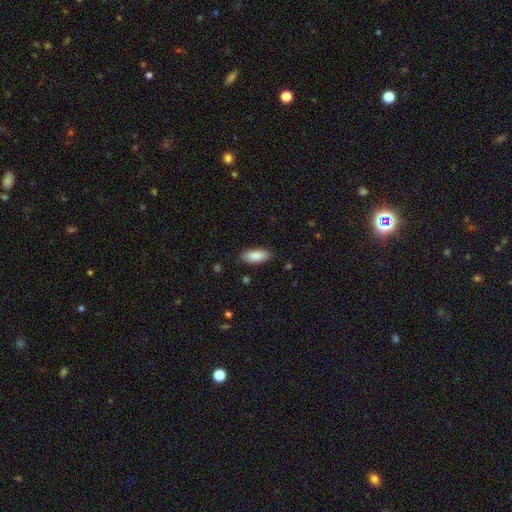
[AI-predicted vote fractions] Smooth or featured: smooth — 88% (star or artifact — 6%)
How rounded: in between — 86% (cigar-shaped — 12%)
Merging: none — 86% (minor disturbance — 11%)